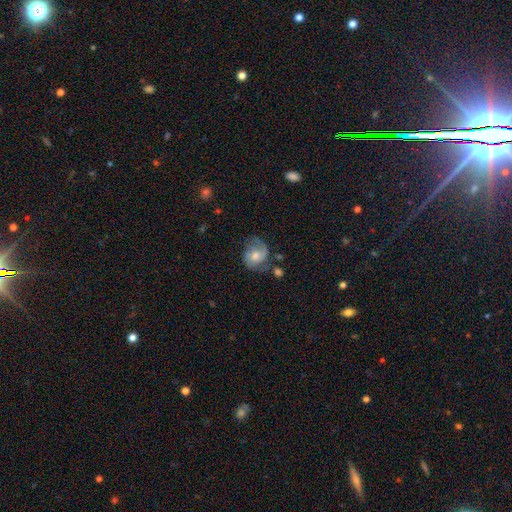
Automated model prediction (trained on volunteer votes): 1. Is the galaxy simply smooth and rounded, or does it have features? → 61% featured or disk, 31% smooth, 8% star or artifact.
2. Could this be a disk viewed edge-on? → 97% no, 3% yes.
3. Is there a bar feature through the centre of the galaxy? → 63% no, 32% weak, 5% strong.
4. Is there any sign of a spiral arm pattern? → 87% yes, 13% no.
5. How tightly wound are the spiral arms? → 46% medium, 28% tight, 26% loose.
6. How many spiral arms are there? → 65% 2, 16% 1, 13% can't tell, 3% 3, 1% 4, 1% more than 4.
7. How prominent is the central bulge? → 57% moderate, 27% small, 9% large, 5% none, 2% dominant.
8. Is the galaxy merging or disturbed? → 51% none, 27% minor disturbance, 17% major disturbance, 5% merger.